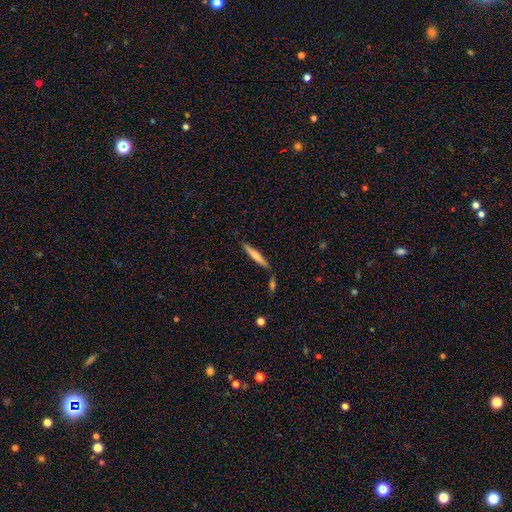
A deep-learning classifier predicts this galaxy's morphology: Smooth or featured? Predicted: smooth (p=0.60). How rounded? Predicted: cigar-shaped (p=0.92). Merging? Predicted: none (p=0.81).